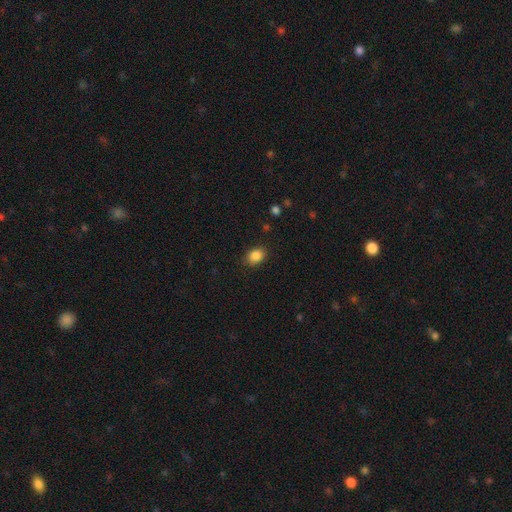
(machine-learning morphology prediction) smooth-or-featured: smooth: 87% | star or artifact: 9% | featured or disk: 4%
  how-rounded: in between: 63% | round: 36% | cigar-shaped: 1%
  merging: none: 84% | minor disturbance: 12% | major disturbance: 3% | merger: 1%